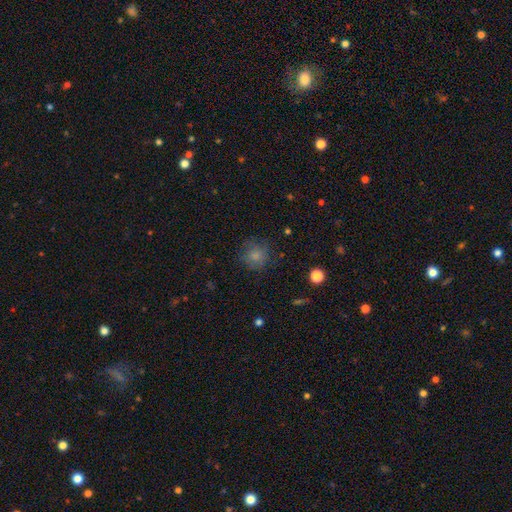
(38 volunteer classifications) This is likely a smooth galaxy (76%). How rounded: clearly round (86%). Merging: likely none (65%).